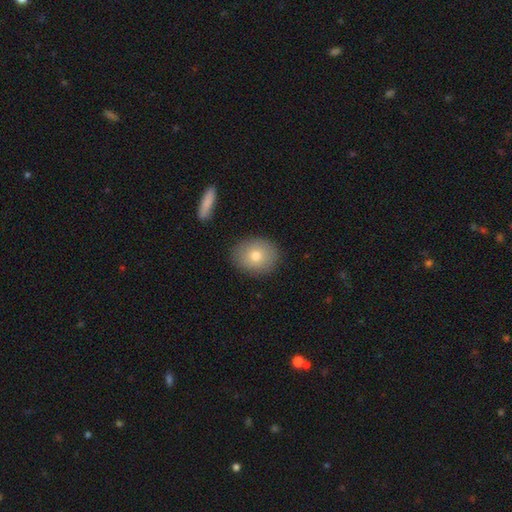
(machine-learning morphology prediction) smooth_or_featured: smooth (p=0.76) [alt: featured or disk p=0.15]
how_rounded: round (p=0.58) [alt: in between p=0.41]
merging: none (p=0.87) [alt: minor disturbance p=0.09]